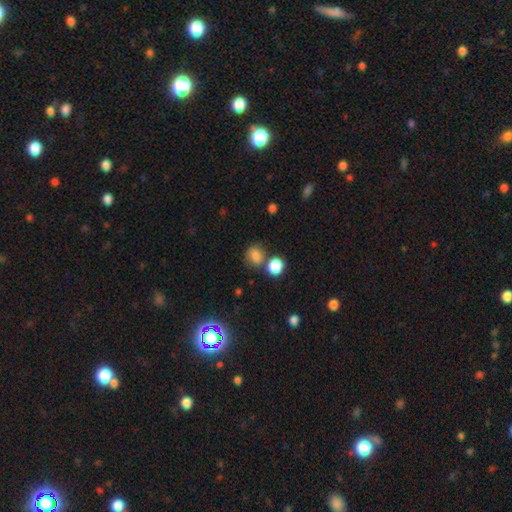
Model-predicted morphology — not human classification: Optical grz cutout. It shows a smooth galaxy with no disk features (80%) that is round (64%). Merging: none (60%).